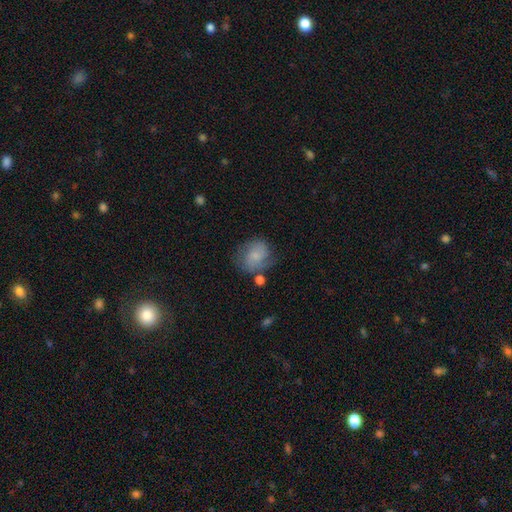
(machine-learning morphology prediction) This appears to be a smooth galaxy with no disk features (54%) that is round (63%). Merging: none (58%).